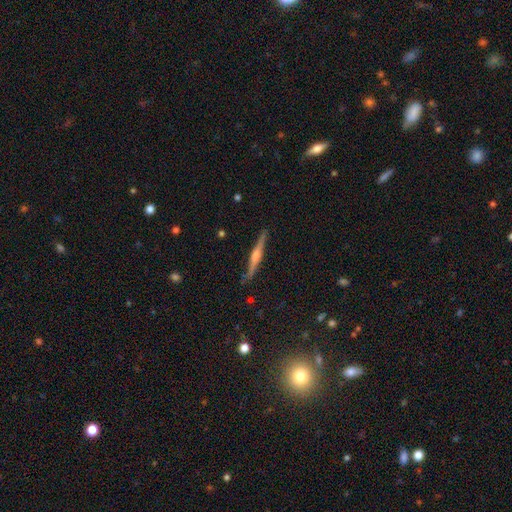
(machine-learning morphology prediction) Q: Smooth or featured?
A: featured or disk (78%); runner-up: smooth (16%)
Q: Edge-on disk?
A: yes (98%); runner-up: no (2%)
Q: Edge-on bulge?
A: rounded (84%); runner-up: boxy (9%)
Q: Merging?
A: none (89%); runner-up: minor disturbance (8%)